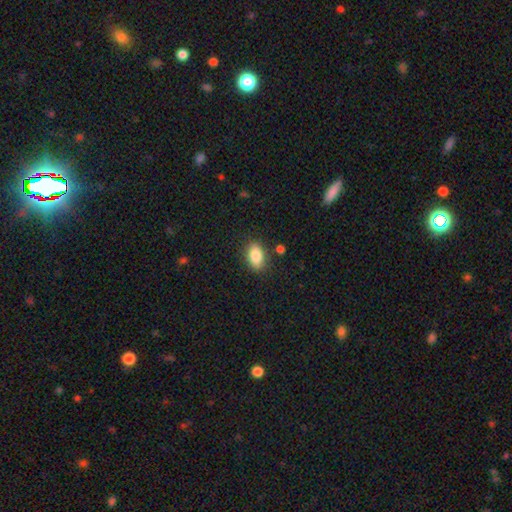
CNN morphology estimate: This is clearly a smooth galaxy (86%). How rounded: clearly in between (90%). Merging: clearly none (84%).